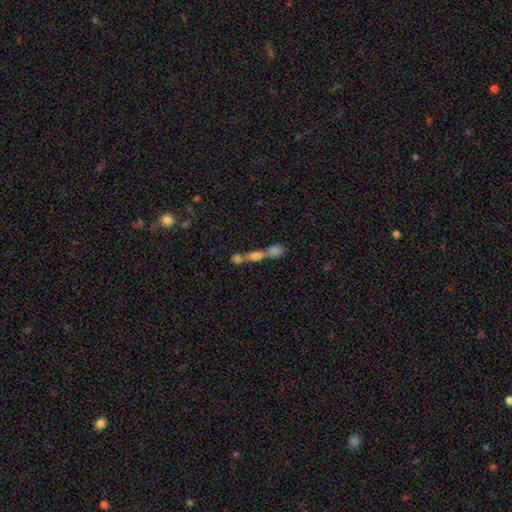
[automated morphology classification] smooth_or_featured: smooth (p=0.54) [alt: featured or disk p=0.32]
how_rounded: cigar-shaped (p=0.47) [alt: in between p=0.36]
merging: merger (p=0.62) [alt: none p=0.26]